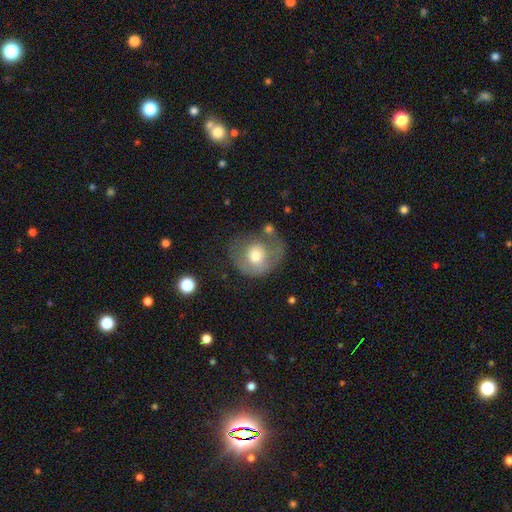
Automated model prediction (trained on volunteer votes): The model was most divided on "merging": none: 39%, major disturbance: 27%, minor disturbance: 26%, merger: 9%. More confident: how rounded — round (71%); smooth or featured — smooth (60%).